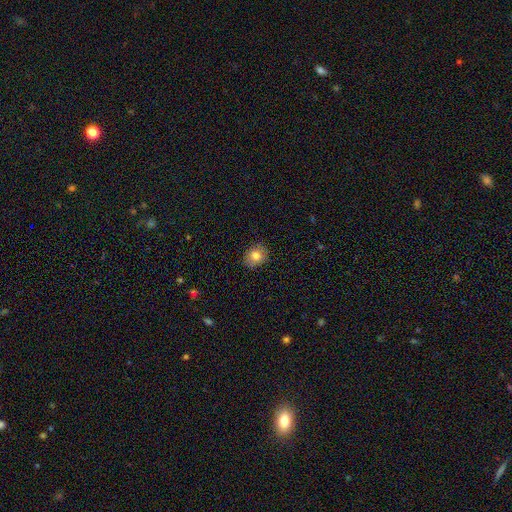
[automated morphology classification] Smooth or featured?
  - smooth: 81% *
  - featured or disk: 10%
  - star or artifact: 10%
How rounded?
  - round: 55% *
  - in between: 44%
  - cigar-shaped: 1%
Merging?
  - none: 82% *
  - minor disturbance: 14%
  - major disturbance: 3%
  - merger: 1%